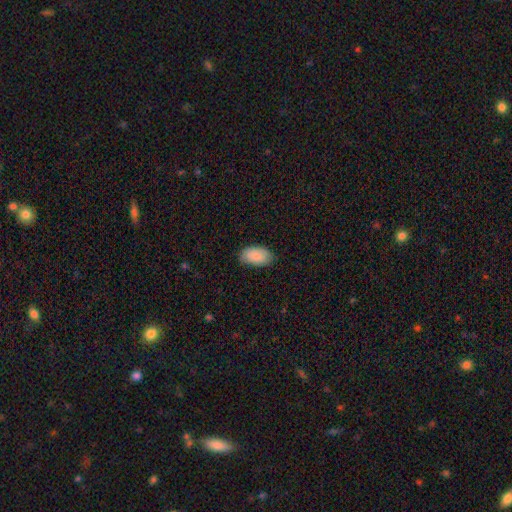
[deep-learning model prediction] A smooth galaxy with no disk features (86%) that is in between round and cigar-shaped (95%). Merging: none (80%).